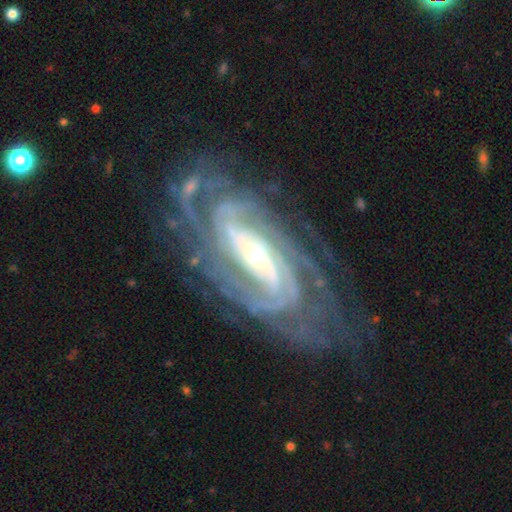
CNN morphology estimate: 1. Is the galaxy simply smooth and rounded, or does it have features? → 92% featured or disk, 5% star or artifact, 4% smooth.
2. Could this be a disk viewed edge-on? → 95% no, 5% yes.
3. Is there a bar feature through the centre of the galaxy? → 36% strong, 34% no, 31% weak.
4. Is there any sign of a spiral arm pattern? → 98% yes, 2% no.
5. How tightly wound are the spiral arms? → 66% tight, 28% medium, 6% loose.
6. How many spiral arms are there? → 22% 4, 20% 3, 19% 2, 18% can't tell, 14% more than 4, 7% 1.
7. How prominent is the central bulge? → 53% small, 41% moderate, 4% large, 1% none, 1% dominant.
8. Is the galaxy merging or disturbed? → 69% none, 18% minor disturbance, 11% major disturbance, 2% merger.